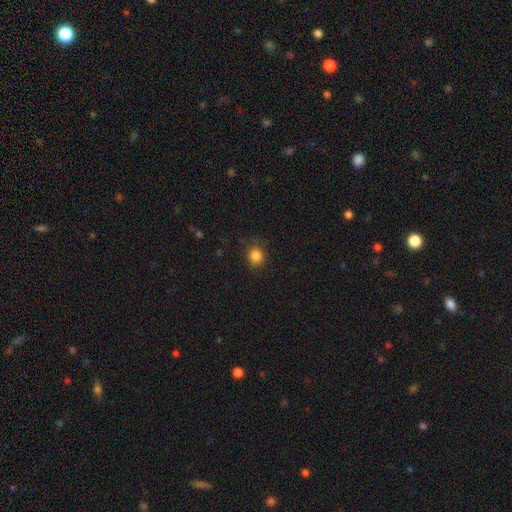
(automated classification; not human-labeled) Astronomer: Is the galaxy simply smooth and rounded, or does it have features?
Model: smooth — 85%.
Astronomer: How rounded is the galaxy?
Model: round — 79%.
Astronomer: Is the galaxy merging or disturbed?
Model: none — 82%.